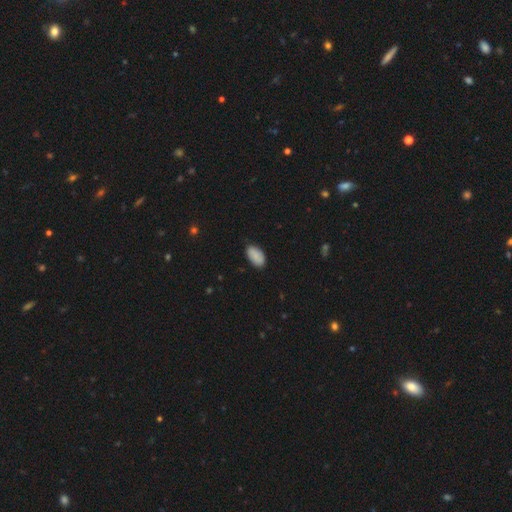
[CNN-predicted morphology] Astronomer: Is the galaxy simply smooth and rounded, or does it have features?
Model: smooth — 87%.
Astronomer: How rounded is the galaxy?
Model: in between — 95%.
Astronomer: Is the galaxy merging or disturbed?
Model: none — 81%.